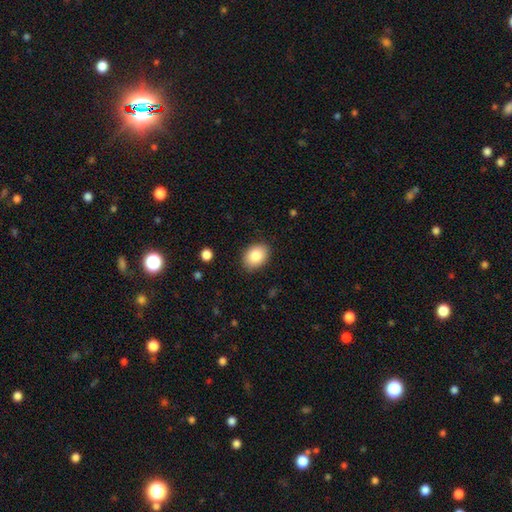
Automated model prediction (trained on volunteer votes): This appears to be a smooth galaxy with no disk features (85%) that is in between round and cigar-shaped (73%). Merging: none (86%).